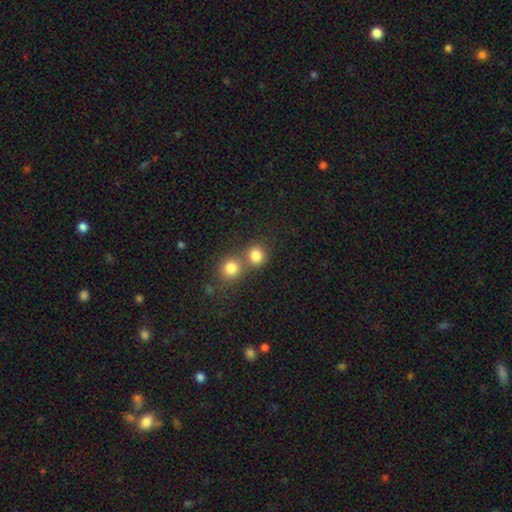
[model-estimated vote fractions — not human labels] Smooth or featured: smooth — 82% (star or artifact — 12%)
How rounded: round — 82% (in between — 17%)
Merging: none — 50% (merger — 40%)